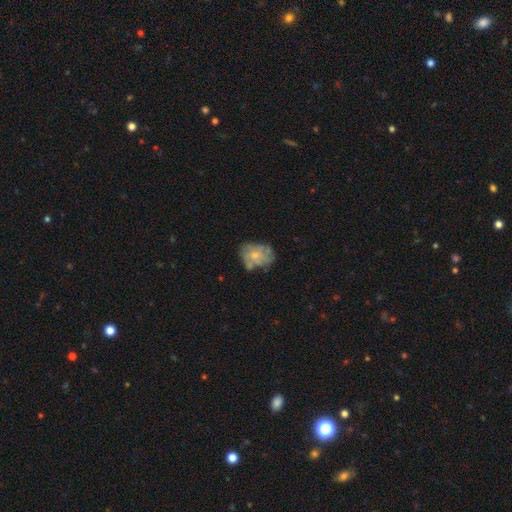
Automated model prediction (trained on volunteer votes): This is possibly a featured or disk galaxy (52%). It is clearly not viewed edge-on (97%). Bar: clearly no (86%). Spiral arm pattern: possibly no (58%). Central bulge: possibly small (57%). Merging: possibly none (51%).